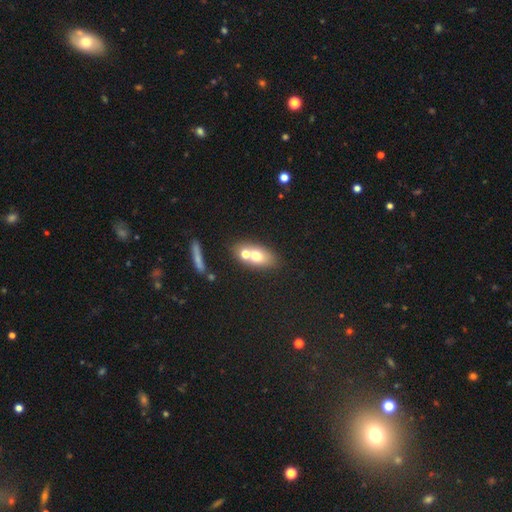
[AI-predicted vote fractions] This appears to be a smooth galaxy with no disk features (63%) that is in between round and cigar-shaped (72%). Merging: merger (47%).